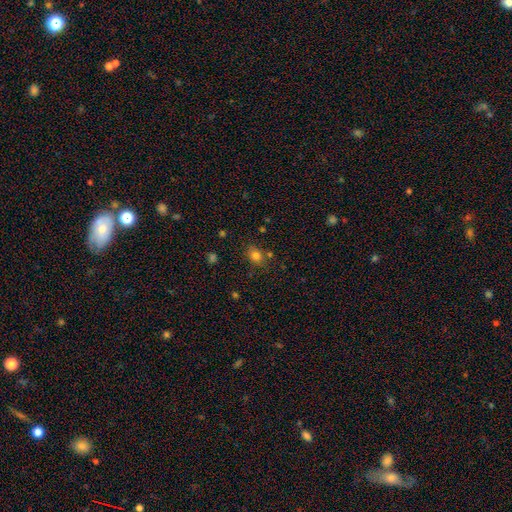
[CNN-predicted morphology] Smooth or featured: smooth — 78% (star or artifact — 15%)
How rounded: round — 50% (in between — 49%)
Merging: none — 72% (minor disturbance — 16%)